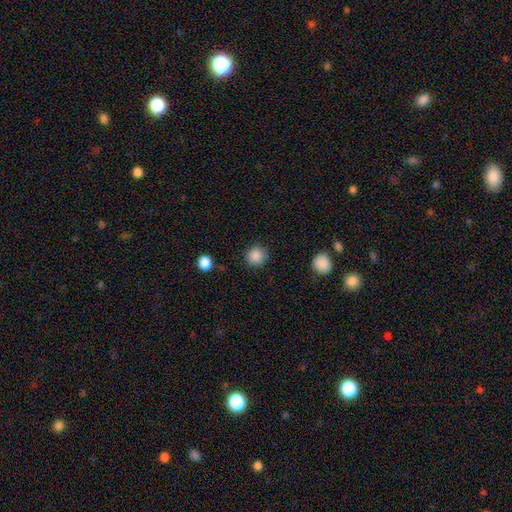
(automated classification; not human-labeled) Smooth or featured? Predicted: smooth (p=0.87). How rounded? Predicted: round (p=0.92). Merging? Predicted: none (p=0.89).